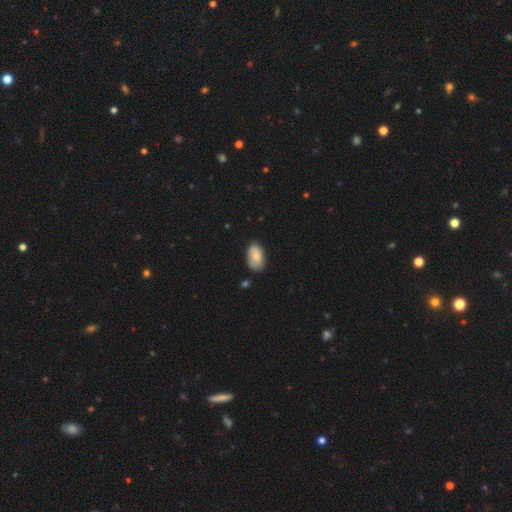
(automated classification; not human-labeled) smooth_or_featured: smooth (p=0.80) [alt: featured or disk p=0.14]
how_rounded: in between (p=0.93) [alt: round p=0.05]
merging: none (p=0.77) [alt: minor disturbance p=0.19]